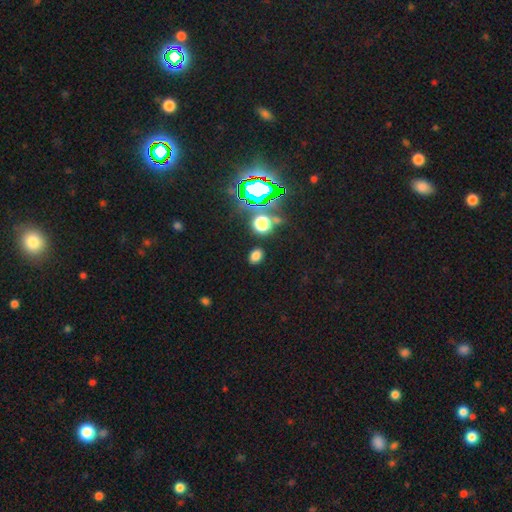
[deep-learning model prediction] Smooth or featured: smooth — 68% (star or artifact — 26%)
How rounded: in between — 62% (round — 37%)
Merging: none — 86% (minor disturbance — 8%)